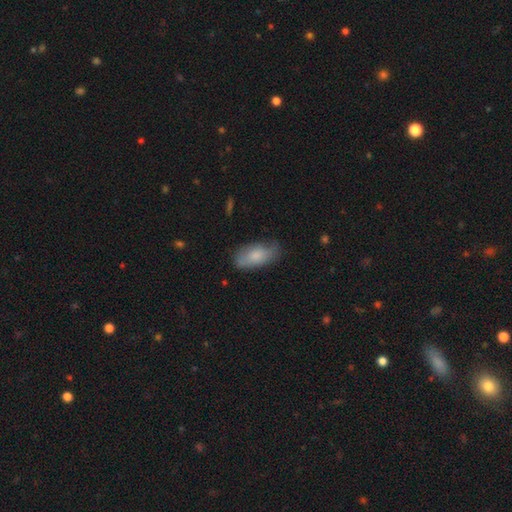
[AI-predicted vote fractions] smooth-or-featured: smooth: 77% | featured or disk: 16% | star or artifact: 6%
  how-rounded: in between: 89% | cigar-shaped: 8% | round: 3%
  merging: none: 67% | minor disturbance: 26% | major disturbance: 6% | merger: 2%